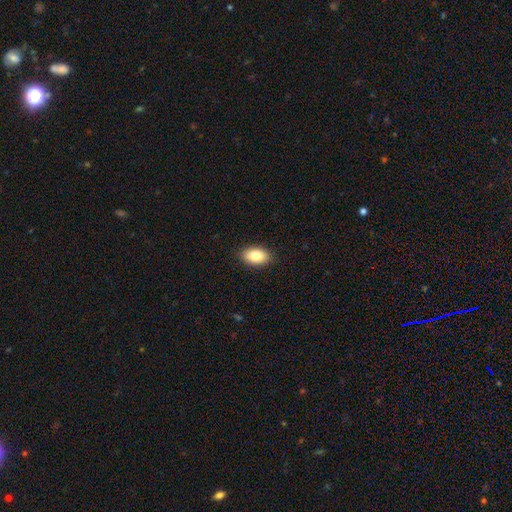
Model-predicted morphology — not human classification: smooth_or_featured: smooth (p=0.85) [alt: featured or disk p=0.08]
how_rounded: in between (p=0.91) [alt: round p=0.07]
merging: none (p=0.89) [alt: minor disturbance p=0.08]